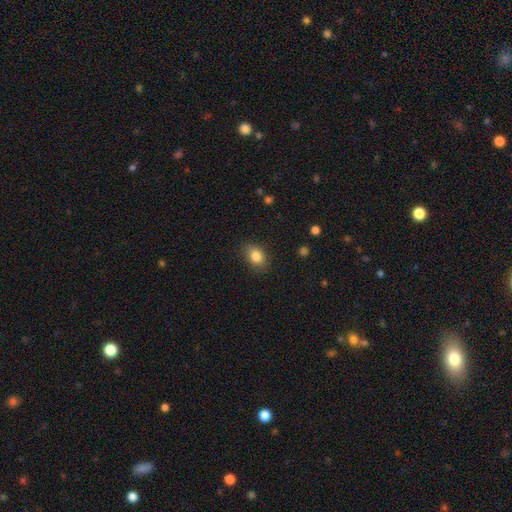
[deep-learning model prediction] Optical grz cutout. It shows a smooth galaxy with no disk features (84%) that is in between round and cigar-shaped (74%). Merging: none (83%).